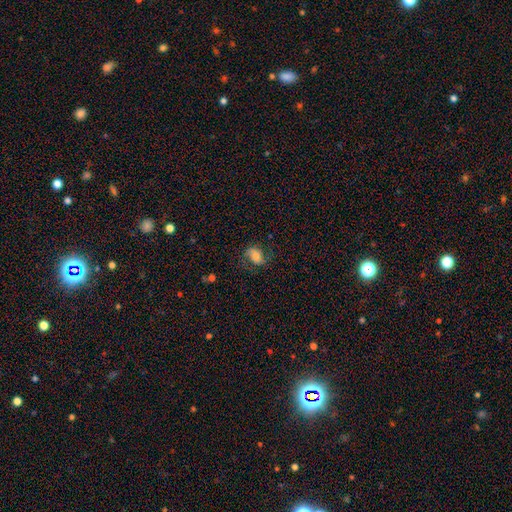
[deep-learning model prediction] smooth-or-featured: featured or disk: 48% | smooth: 42% | star or artifact: 10%
  merging: none: 65% | minor disturbance: 20% | major disturbance: 14% | merger: 1%